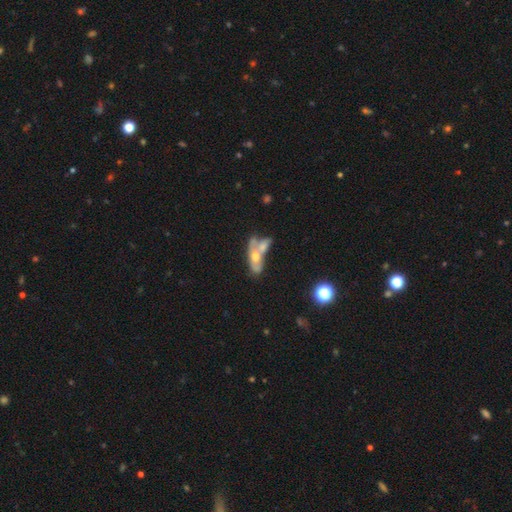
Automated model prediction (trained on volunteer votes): Smooth or featured: featured or disk — 49% (smooth — 42%)
Merging: merger — 60% (none — 21%)